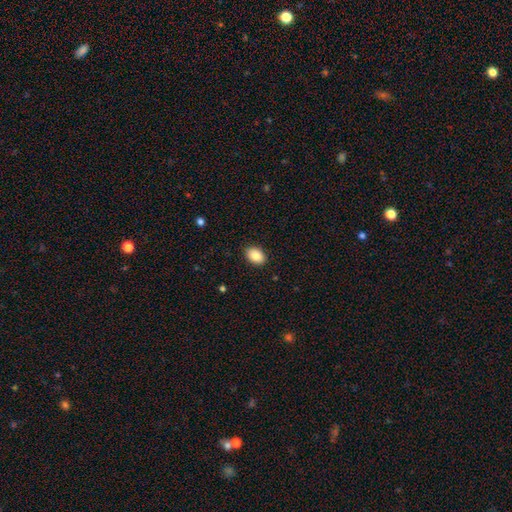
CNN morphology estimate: The model was most divided on "how rounded": in between: 84%, round: 15%, cigar-shaped: 1%. More confident: merging — none (89%); smooth or featured — smooth (89%).